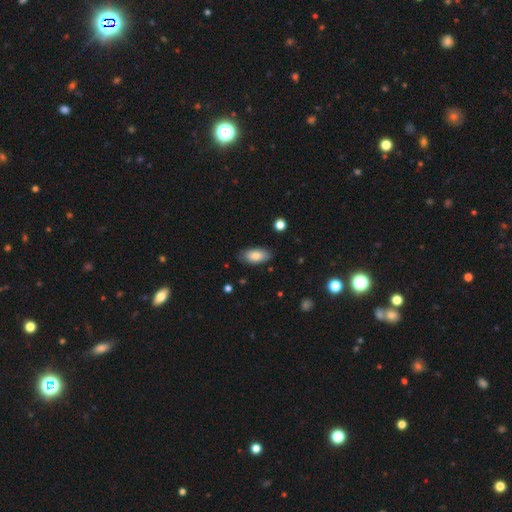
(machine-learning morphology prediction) Smooth or featured?
  - smooth: 81% *
  - featured or disk: 12%
  - star or artifact: 7%
How rounded?
  - in between: 91% *
  - cigar-shaped: 7%
  - round: 3%
Merging?
  - none: 84% *
  - minor disturbance: 13%
  - major disturbance: 3%
  - merger: 1%